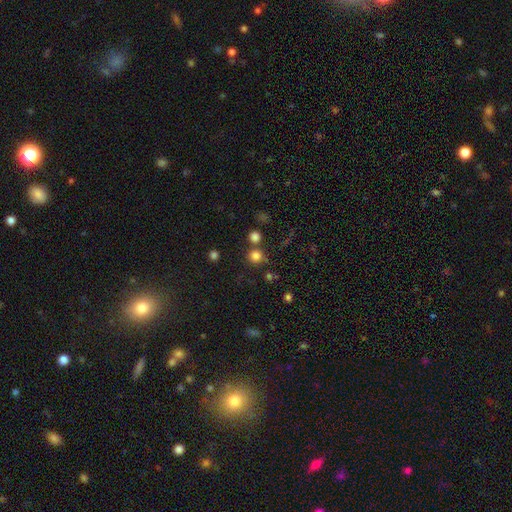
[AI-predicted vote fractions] Morphology: type=smooth (79%); roundness=round (93%); merging=none (75%).